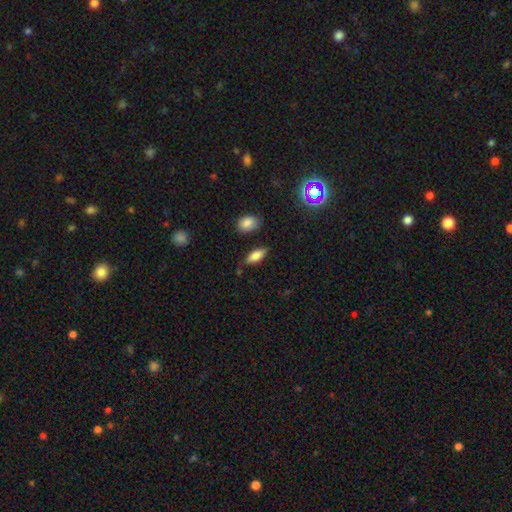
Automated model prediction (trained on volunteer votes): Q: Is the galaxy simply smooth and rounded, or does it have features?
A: smooth — 78%.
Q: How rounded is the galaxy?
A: in between — 79%.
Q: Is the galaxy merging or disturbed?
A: none — 76%.